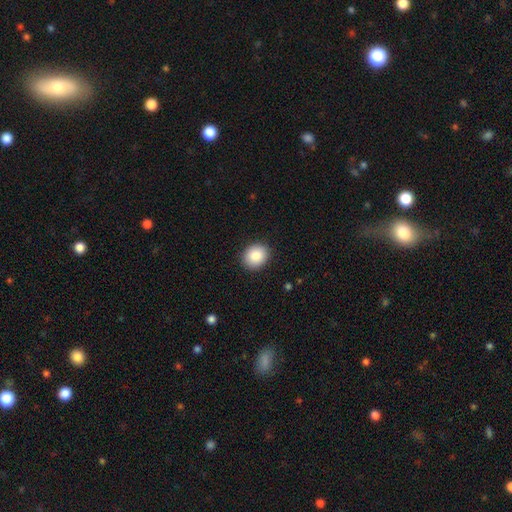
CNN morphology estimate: smooth 86%, star or artifact 8%, featured or disk 6%. Down the decision tree: how rounded — round (57%); merging — none (90%).